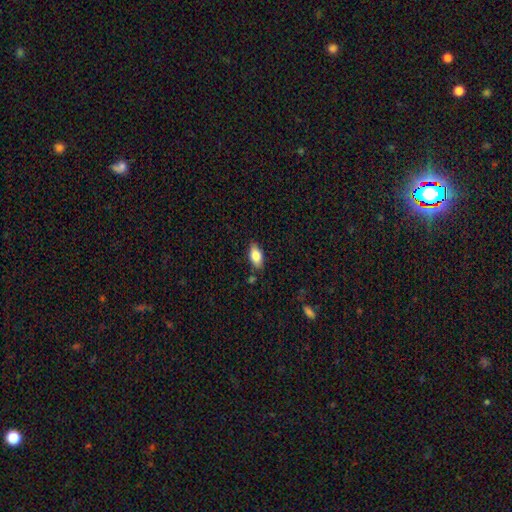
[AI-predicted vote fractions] The model was most divided on "merging": none: 81%, minor disturbance: 13%, merger: 3%, major disturbance: 3%. More confident: how rounded — in between (90%); smooth or featured — smooth (81%).